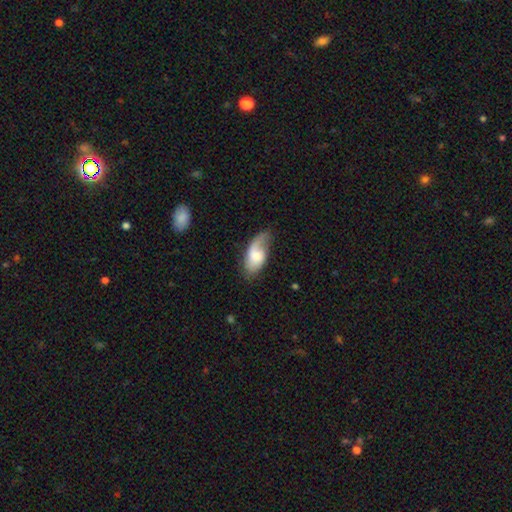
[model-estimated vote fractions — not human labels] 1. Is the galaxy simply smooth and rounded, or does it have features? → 47% featured or disk, 46% smooth, 6% star or artifact.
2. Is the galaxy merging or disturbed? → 48% none, 31% minor disturbance, 19% major disturbance, 3% merger.